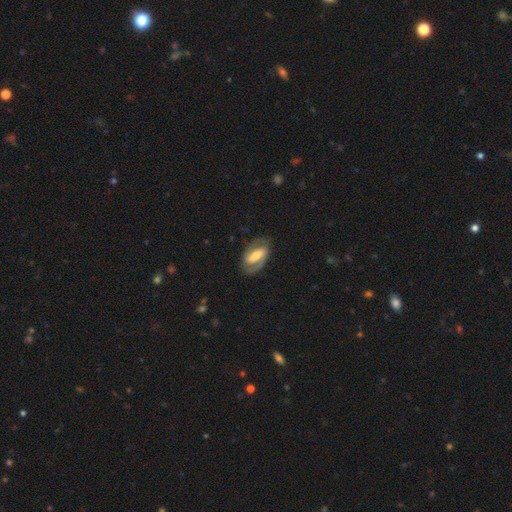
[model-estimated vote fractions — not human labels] Morphology: type=featured or disk (76%); edge-on=no (95%); bar=strong (54%); spiral arms=yes (87%); winding=medium (46%); arm count=2 (87%); bulge=moderate (51%); merging=none (80%).